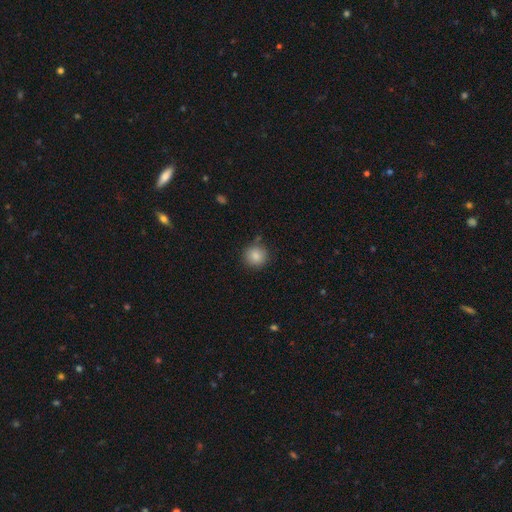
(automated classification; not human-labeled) This is clearly a smooth galaxy (85%). How rounded: clearly round (92%). Merging: clearly none (83%).